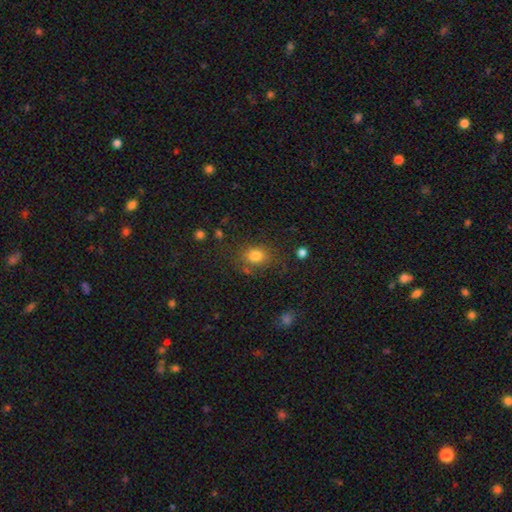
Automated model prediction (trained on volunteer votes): Smooth or featured?
  - smooth: 80% *
  - star or artifact: 13%
  - featured or disk: 8%
How rounded?
  - round: 55% *
  - in between: 44%
  - cigar-shaped: 1%
Merging?
  - none: 74% *
  - minor disturbance: 16%
  - major disturbance: 6%
  - merger: 5%